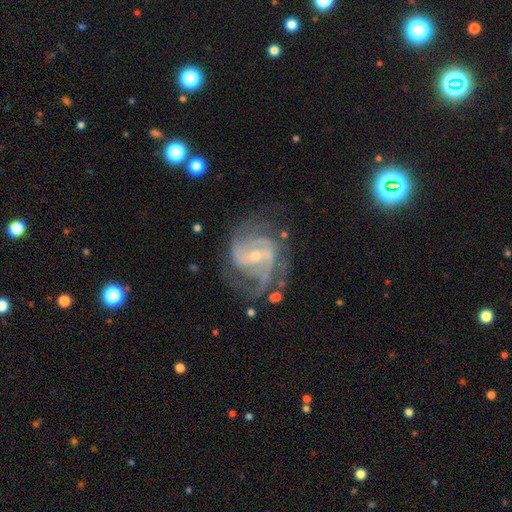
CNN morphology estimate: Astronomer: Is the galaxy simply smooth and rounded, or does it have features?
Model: featured or disk — 90%.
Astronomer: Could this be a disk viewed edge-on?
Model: no — 98%.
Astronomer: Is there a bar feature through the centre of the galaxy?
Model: weak — 47% (runner-up: strong, 27%).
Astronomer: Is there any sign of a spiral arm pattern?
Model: yes — 97%.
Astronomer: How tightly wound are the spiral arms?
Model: medium — 53% (runner-up: tight, 32%).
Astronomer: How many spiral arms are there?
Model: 2 — 49%.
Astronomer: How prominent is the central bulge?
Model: small — 69%.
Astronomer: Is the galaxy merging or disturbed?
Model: none — 62%.